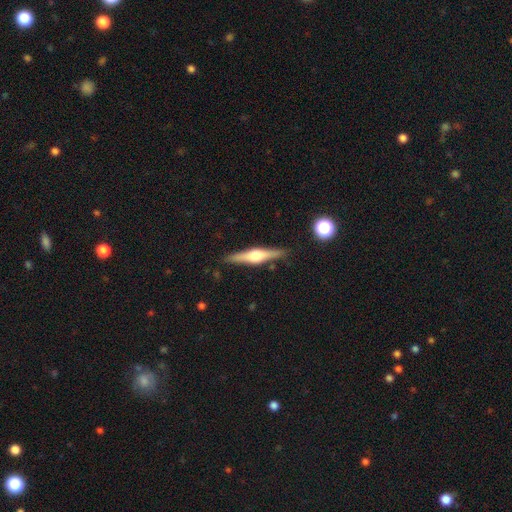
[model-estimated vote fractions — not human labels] Smooth or featured? featured or disk (71%)
Edge-on disk? yes (97%)
Edge-on bulge? rounded (91%)
Merging? none (88%)